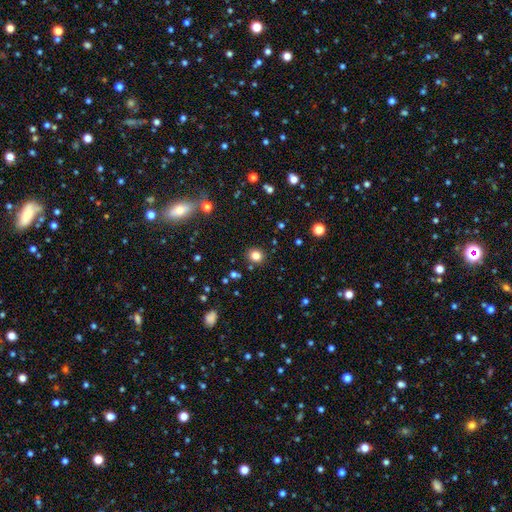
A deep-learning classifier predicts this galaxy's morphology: This appears to be a smooth galaxy with no disk features (82%) that is round (80%). Merging: none (89%).